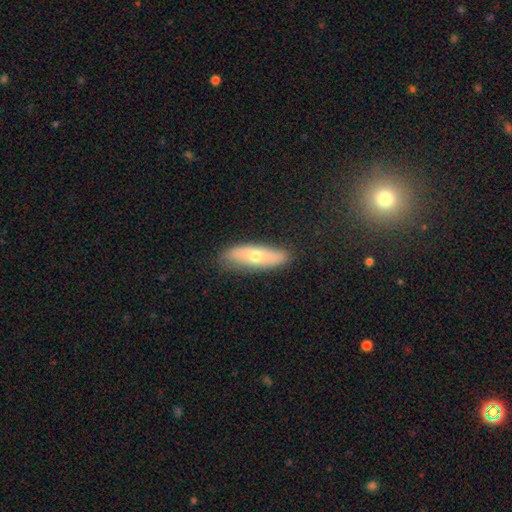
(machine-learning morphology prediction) Smooth or featured: smooth — 55% (featured or disk — 38%)
How rounded: cigar-shaped — 50% (in between — 47%)
Merging: none — 82% (minor disturbance — 14%)